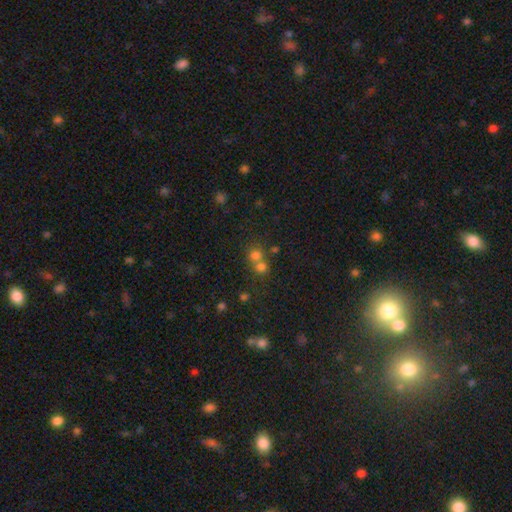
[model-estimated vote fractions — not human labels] Smooth or featured?
  - smooth: 70% *
  - star or artifact: 20%
  - featured or disk: 10%
How rounded?
  - round: 85% *
  - in between: 14%
  - cigar-shaped: 1%
Merging?
  - merger: 47% *
  - none: 45%
  - minor disturbance: 5%
  - major disturbance: 3%